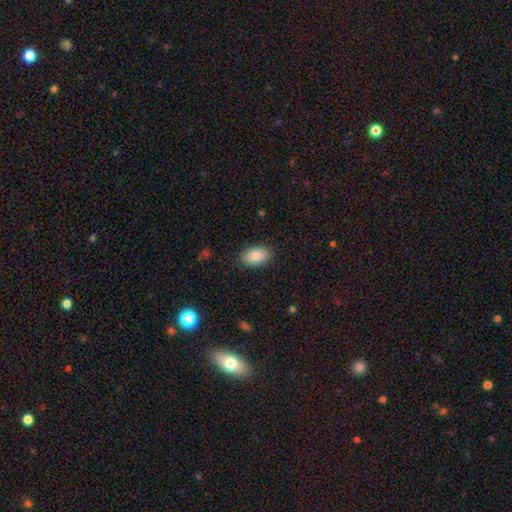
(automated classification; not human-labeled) smooth 85%, featured or disk 8%, star or artifact 7%. Down the decision tree: how rounded — in between (90%); merging — none (87%).